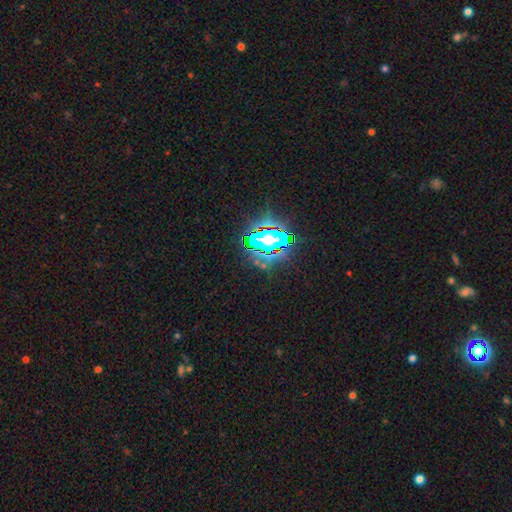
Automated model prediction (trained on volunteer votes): This is clearly a star or artifact rather than a galaxy (80%).